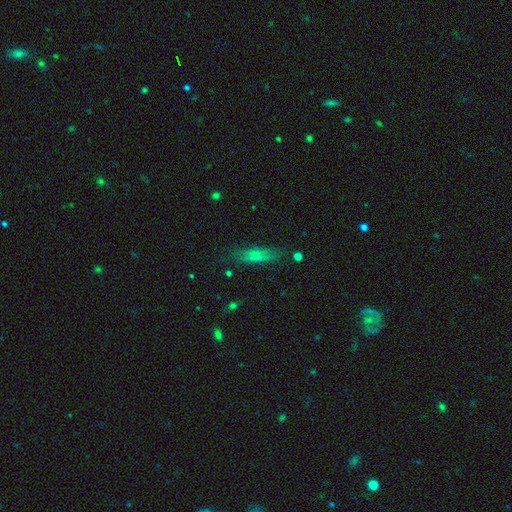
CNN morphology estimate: Q: Smooth or featured?
A: smooth (62%); runner-up: featured or disk (26%)
Q: How rounded?
A: cigar-shaped (62%); runner-up: in between (35%)
Q: Merging?
A: none (73%); runner-up: minor disturbance (18%)